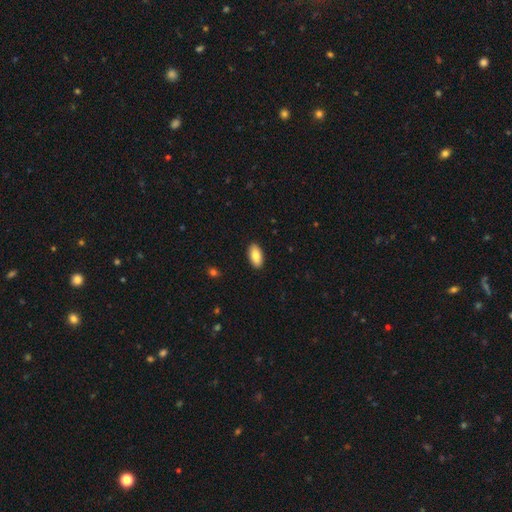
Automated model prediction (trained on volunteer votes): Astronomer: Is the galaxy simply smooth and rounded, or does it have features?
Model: smooth — 84%.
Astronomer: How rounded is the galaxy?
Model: in between — 92%.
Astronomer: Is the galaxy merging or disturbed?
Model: none — 90%.